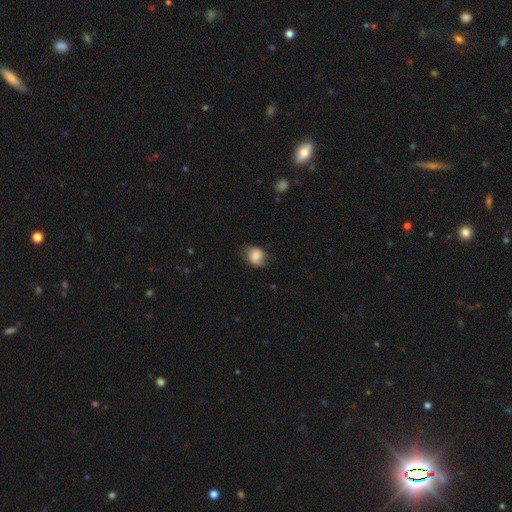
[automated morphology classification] This is likely a smooth galaxy (75%). How rounded: possibly in between (51%). Merging: likely none (64%).